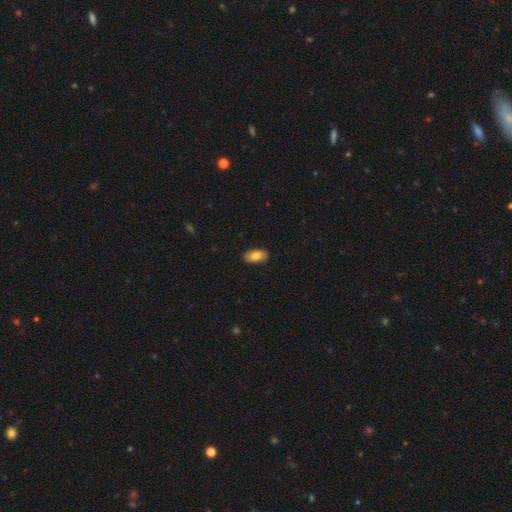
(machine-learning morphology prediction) Smooth or featured?
  - smooth: 82% *
  - featured or disk: 12%
  - star or artifact: 6%
How rounded?
  - in between: 92% *
  - cigar-shaped: 4%
  - round: 3%
Merging?
  - none: 87% *
  - minor disturbance: 10%
  - major disturbance: 2%
  - merger: 1%